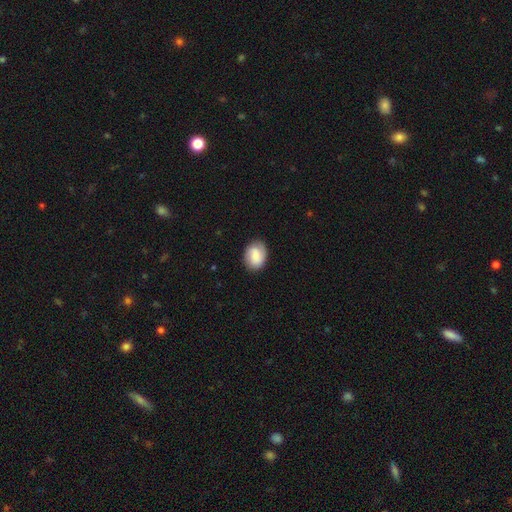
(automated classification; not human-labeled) Morphology: type=smooth (72%); roundness=in between (66%); merging=none (81%).